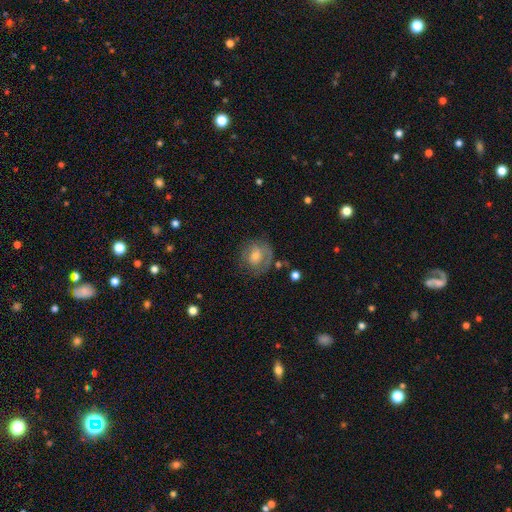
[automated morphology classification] smooth-or-featured: featured or disk: 54% | smooth: 36% | star or artifact: 10%
  disk-edge-on: no: 96% | yes: 4%
    bar: no: 65% | weak: 29% | strong: 6%
    has-spiral-arms: yes: 66% | no: 34%
    bulge-size: moderate: 52% | small: 38% | large: 5% | none: 3% | dominant: 1%
  merging: none: 68% | minor disturbance: 19% | major disturbance: 11% | merger: 2%